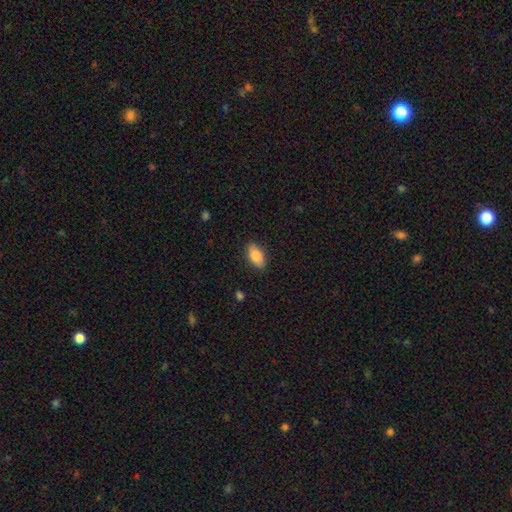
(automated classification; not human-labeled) Smooth or featured: smooth — 83% (featured or disk — 10%)
How rounded: in between — 90% (cigar-shaped — 7%)
Merging: none — 86% (minor disturbance — 10%)